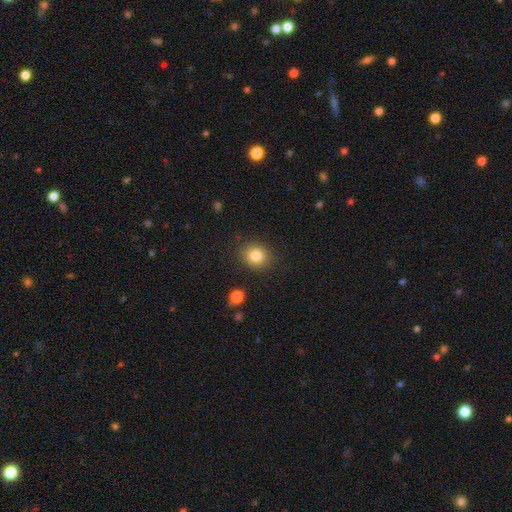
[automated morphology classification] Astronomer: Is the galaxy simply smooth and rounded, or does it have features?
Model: smooth — 83%.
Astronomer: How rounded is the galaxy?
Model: round — 70%.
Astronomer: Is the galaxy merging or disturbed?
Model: none — 87%.